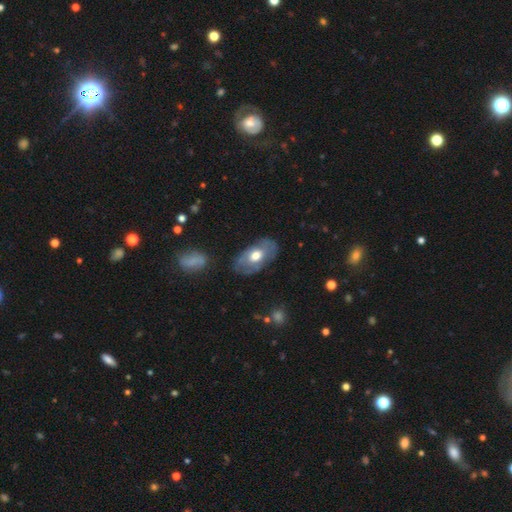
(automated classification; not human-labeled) This appears to be a featured or disk galaxy (47%, tied with smooth). Merging: none (71%).